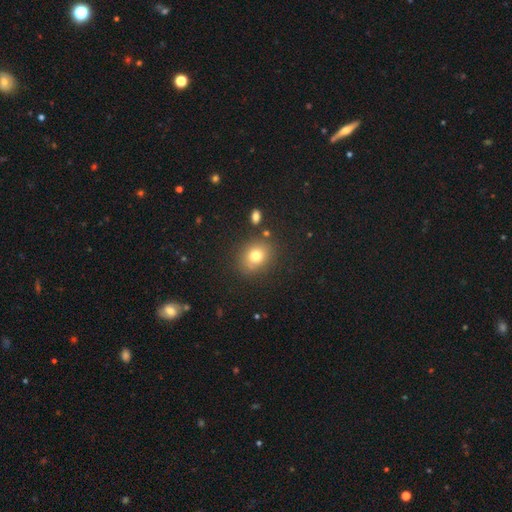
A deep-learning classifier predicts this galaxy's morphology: The model was most divided on "how rounded": round: 59%, in between: 40%, cigar-shaped: 1%. More confident: merging — none (81%); smooth or featured — smooth (76%).